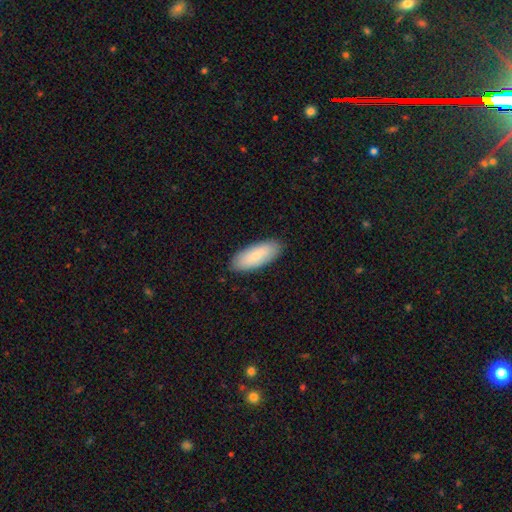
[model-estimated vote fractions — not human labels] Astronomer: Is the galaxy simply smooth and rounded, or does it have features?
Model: smooth — 80%.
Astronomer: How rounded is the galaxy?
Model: in between — 77%.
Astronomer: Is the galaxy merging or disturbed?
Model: none — 88%.